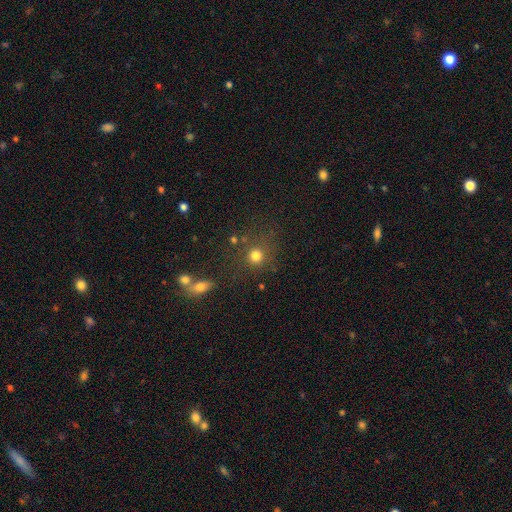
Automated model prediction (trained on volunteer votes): Smooth or featured: smooth — 77% (star or artifact — 16%)
How rounded: round — 89% (in between — 10%)
Merging: none — 73% (minor disturbance — 11%)